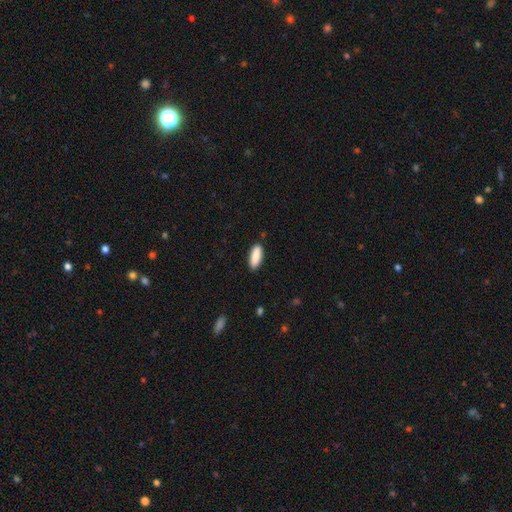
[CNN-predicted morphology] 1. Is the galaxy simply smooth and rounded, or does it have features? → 88% smooth, 6% featured or disk, 6% star or artifact.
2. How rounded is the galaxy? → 68% in between, 30% cigar-shaped, 2% round.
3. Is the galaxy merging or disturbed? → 87% none, 9% minor disturbance, 2% major disturbance, 1% merger.